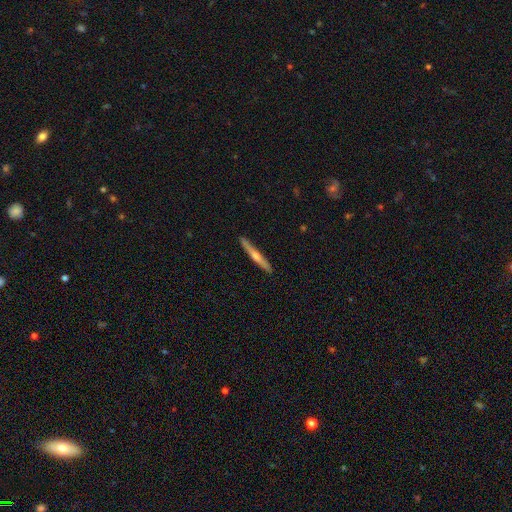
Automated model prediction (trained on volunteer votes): Smooth or featured: featured or disk — 59% (smooth — 35%)
Edge-on disk: yes — 96% (no — 4%)
Edge-on bulge: rounded — 81% (none — 15%)
Merging: none — 91% (minor disturbance — 7%)